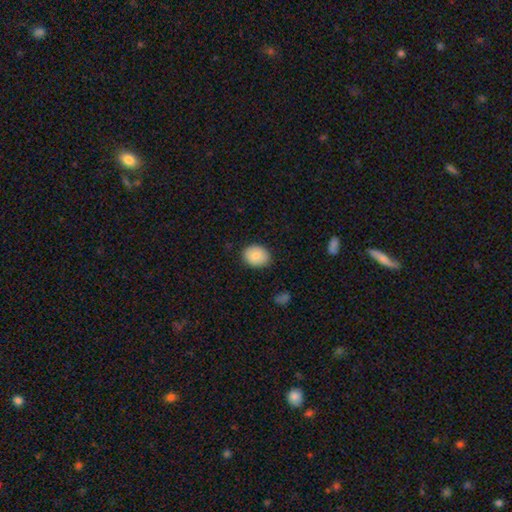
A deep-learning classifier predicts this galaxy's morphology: Smooth or featured?
  - smooth: 86% *
  - star or artifact: 7%
  - featured or disk: 7%
How rounded?
  - in between: 51% *
  - round: 48%
  - cigar-shaped: 1%
Merging?
  - none: 86% *
  - minor disturbance: 10%
  - major disturbance: 2%
  - merger: 1%